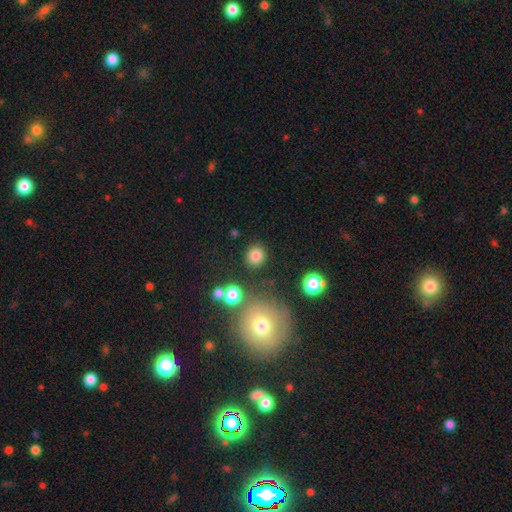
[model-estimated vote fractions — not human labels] The model was most divided on "smooth or featured": smooth: 81%, star or artifact: 13%, featured or disk: 6%. More confident: how rounded — round (86%); merging — none (85%).